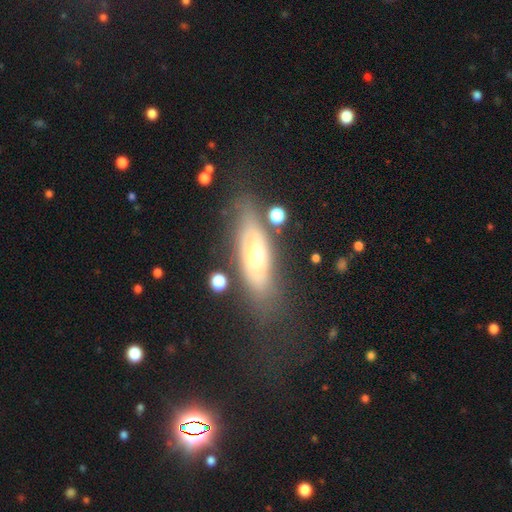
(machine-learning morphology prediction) type=smooth (46%); merging=none (67%).